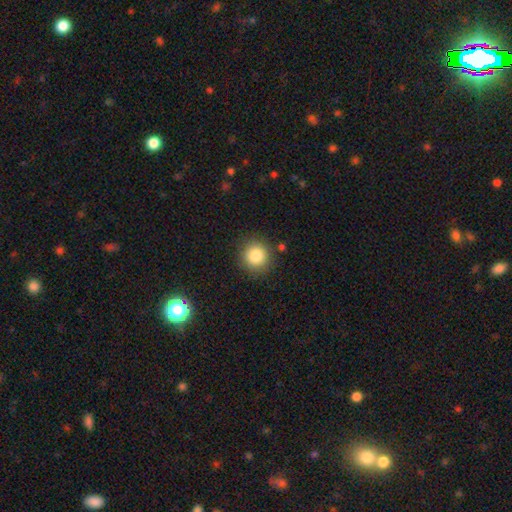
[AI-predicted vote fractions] A smooth galaxy with no disk features (84%) that is round (93%).

Vote fractions:
- Smooth or featured? smooth: 84% / star or artifact: 10% / featured or disk: 6%
- How rounded? round: 93% / in between: 6% / cigar-shaped: 1%
- Merging? none: 88% / minor disturbance: 8% / major disturbance: 3% / merger: 2%